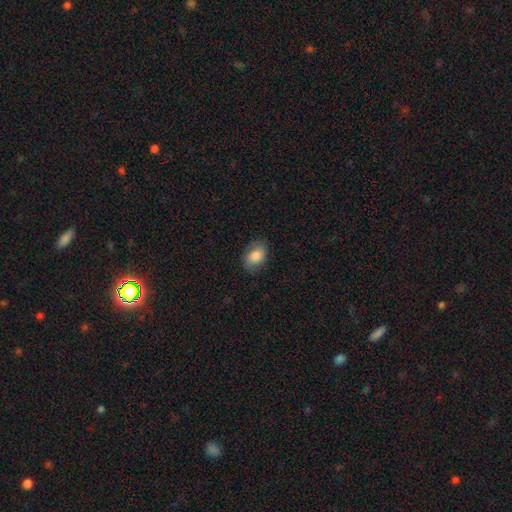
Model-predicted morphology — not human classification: smooth_or_featured: smooth (p=0.83) [alt: featured or disk p=0.10]
how_rounded: in between (p=0.81) [alt: round p=0.18]
merging: none (p=0.79) [alt: minor disturbance p=0.16]